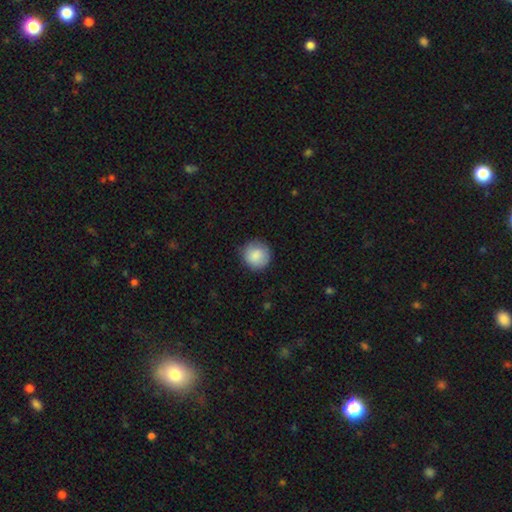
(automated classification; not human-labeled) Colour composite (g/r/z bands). It shows a smooth galaxy with no disk features (87%) that is round (94%). Merging: none (86%).